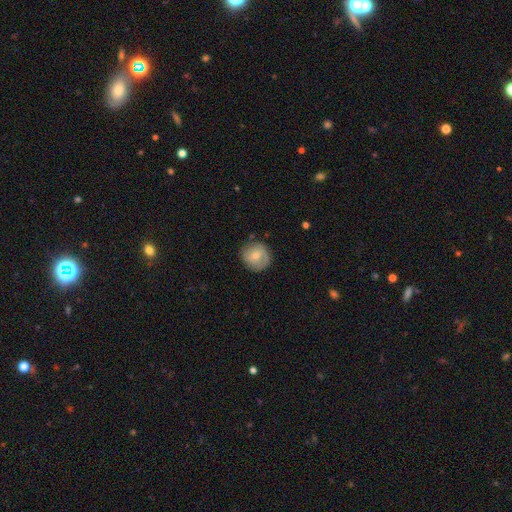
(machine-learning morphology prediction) Smooth or featured? smooth (54%)
How rounded? round (90%)
Merging? none (78%)